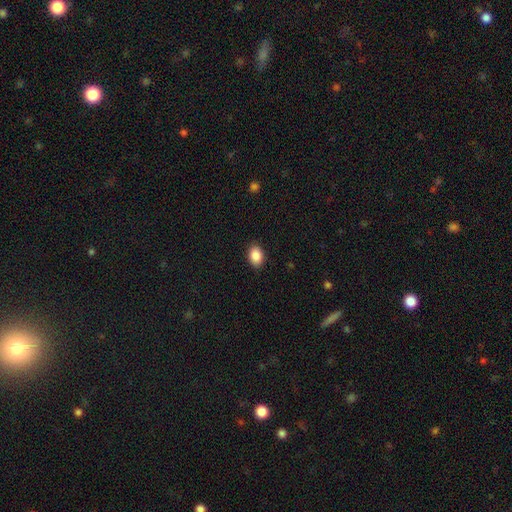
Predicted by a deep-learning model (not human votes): The model was most divided on "how rounded": in between: 83%, round: 16%, cigar-shaped: 1%. More confident: merging — none (89%); smooth or featured — smooth (89%).